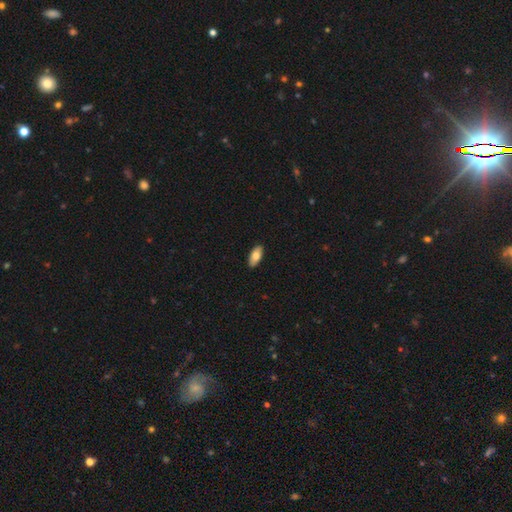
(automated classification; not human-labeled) Morphology: type=smooth (80%); roundness=in between (88%); merging=none (90%).